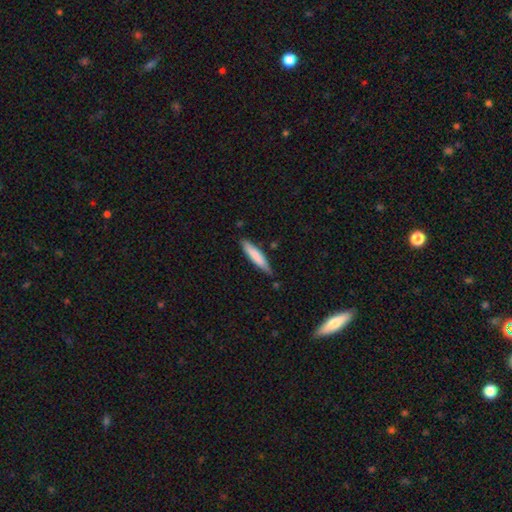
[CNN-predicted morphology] smooth-or-featured: smooth: 77% | featured or disk: 17% | star or artifact: 5%
  how-rounded: cigar-shaped: 85% | in between: 14% | round: 1%
  merging: none: 77% | minor disturbance: 18% | major disturbance: 3% | merger: 2%